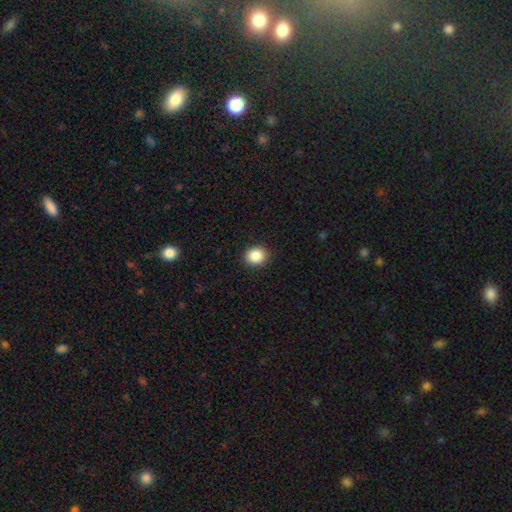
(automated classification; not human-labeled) smooth-or-featured: smooth: 87% | star or artifact: 9% | featured or disk: 3%
  how-rounded: round: 76% | in between: 23% | cigar-shaped: 1%
  merging: none: 91% | minor disturbance: 6% | major disturbance: 2% | merger: 1%